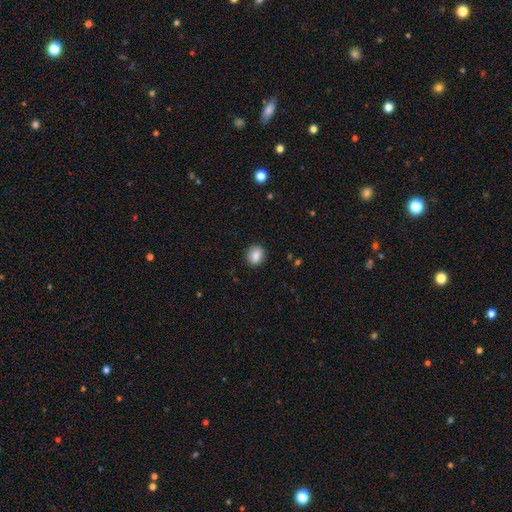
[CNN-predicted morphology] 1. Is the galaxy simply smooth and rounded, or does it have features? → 86% smooth, 8% star or artifact, 6% featured or disk.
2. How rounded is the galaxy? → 62% round, 37% in between, 1% cigar-shaped.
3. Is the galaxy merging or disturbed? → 87% none, 10% minor disturbance, 2% major disturbance, 1% merger.